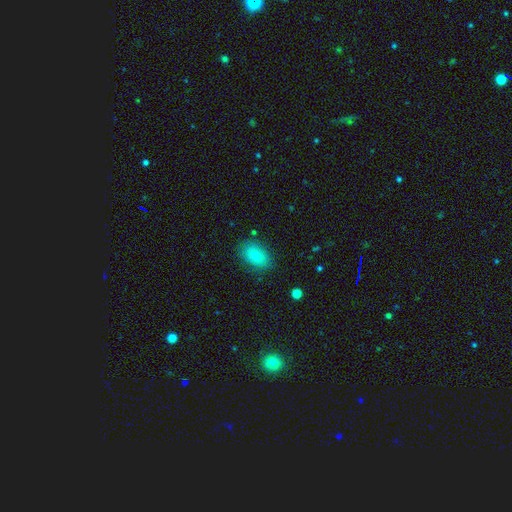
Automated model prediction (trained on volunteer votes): Overall: smooth (77%). How rounded: in between (86%). Merging: none (84%).